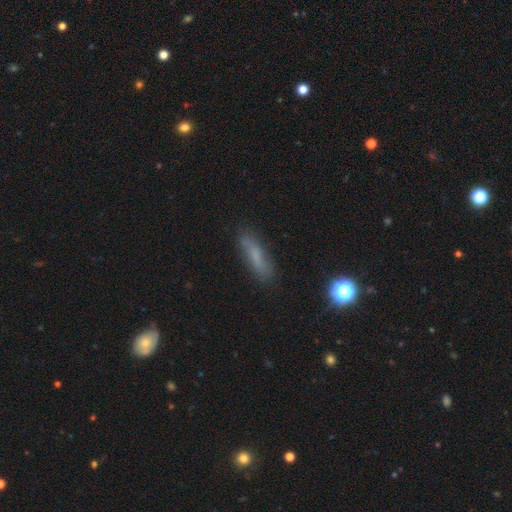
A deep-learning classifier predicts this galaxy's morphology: smooth-or-featured: smooth: 65% | featured or disk: 23% | star or artifact: 12%
  how-rounded: cigar-shaped: 67% | in between: 30% | round: 3%
  merging: none: 77% | minor disturbance: 16% | major disturbance: 4% | merger: 2%